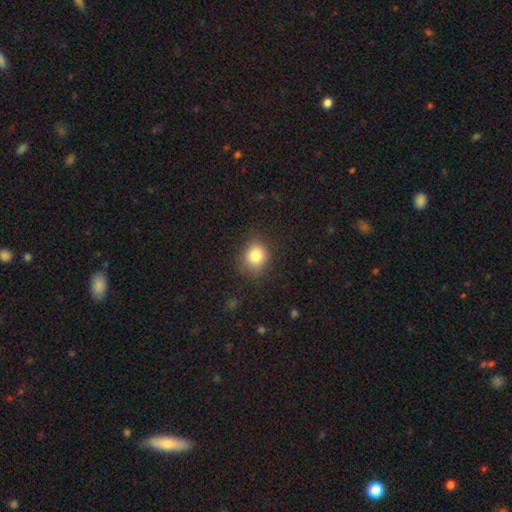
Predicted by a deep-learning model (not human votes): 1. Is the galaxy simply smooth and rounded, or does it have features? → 83% smooth, 10% star or artifact, 7% featured or disk.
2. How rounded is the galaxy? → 72% round, 27% in between, 1% cigar-shaped.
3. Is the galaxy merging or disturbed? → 80% none, 14% minor disturbance, 4% major disturbance, 1% merger.